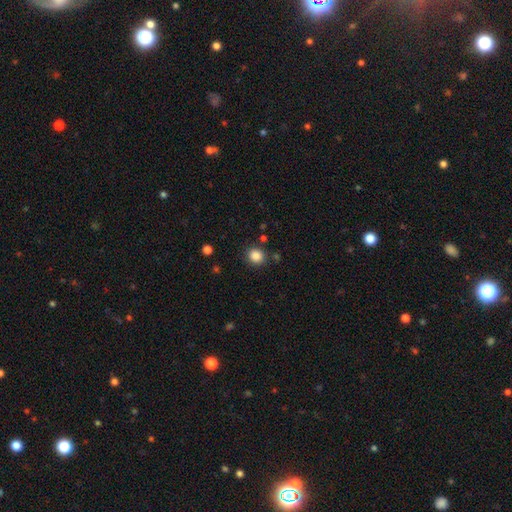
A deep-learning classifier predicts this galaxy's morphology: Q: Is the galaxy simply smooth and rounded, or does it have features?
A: smooth — 86%.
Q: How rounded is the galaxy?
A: round — 83%.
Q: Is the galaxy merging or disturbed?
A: none — 85%.